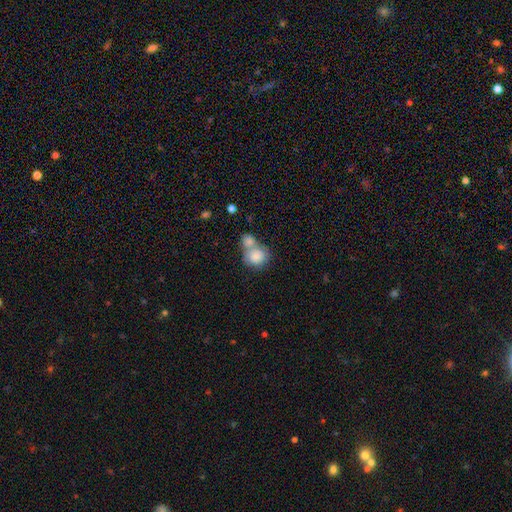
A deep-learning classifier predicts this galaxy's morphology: Smooth or featured? smooth (83%)
How rounded? round (76%)
Merging? merger (59%)